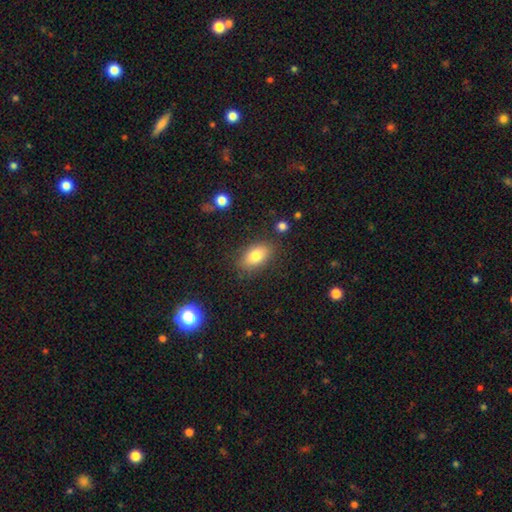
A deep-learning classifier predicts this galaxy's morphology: This appears to be a smooth galaxy with no disk features (80%) that is in between round and cigar-shaped (88%). Merging: none (82%).